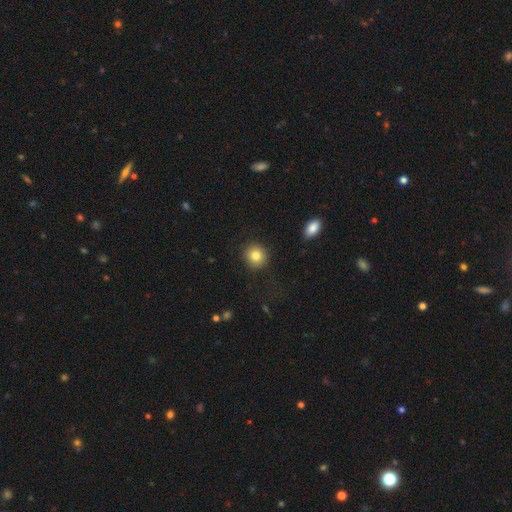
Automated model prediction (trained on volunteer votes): This is clearly a smooth galaxy (84%). How rounded: clearly round (90%). Merging: clearly none (88%).